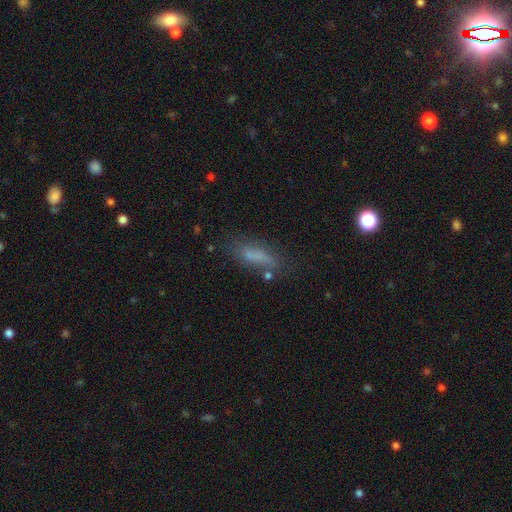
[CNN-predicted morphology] Smooth or featured: smooth — 67% (featured or disk — 20%)
How rounded: cigar-shaped — 49% (in between — 48%)
Merging: none — 62% (minor disturbance — 22%)